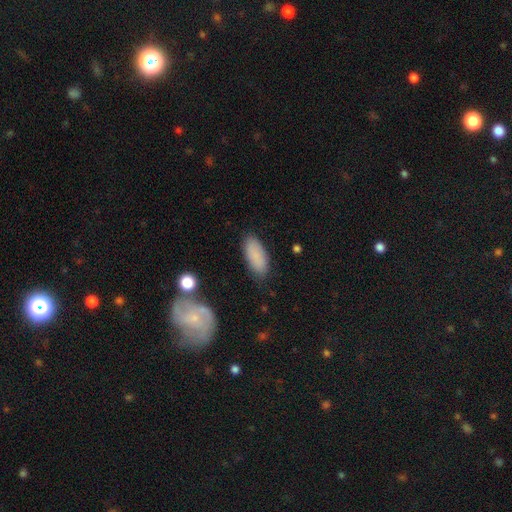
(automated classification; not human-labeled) A smooth galaxy with no disk features (84%) that is in between round and cigar-shaped (82%).

Vote fractions:
- Smooth or featured? smooth: 84% / featured or disk: 9% / star or artifact: 7%
- How rounded? in between: 82% / cigar-shaped: 16% / round: 2%
- Merging? none: 81% / minor disturbance: 13% / major disturbance: 3% / merger: 2%